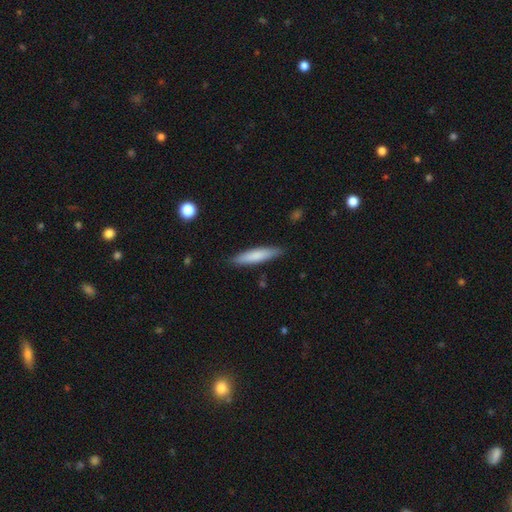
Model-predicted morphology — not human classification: smooth-or-featured: smooth: 77% | featured or disk: 18% | star or artifact: 5%
  how-rounded: cigar-shaped: 85% | in between: 14% | round: 1%
  merging: none: 87% | minor disturbance: 10% | major disturbance: 2% | merger: 1%